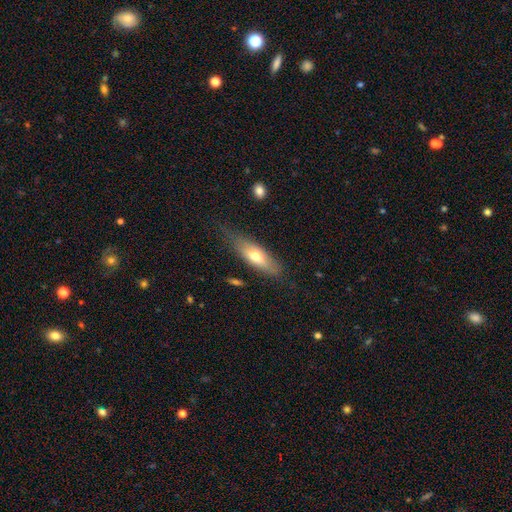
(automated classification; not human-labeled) Smooth or featured: smooth — 61% (featured or disk — 32%)
How rounded: in between — 57% (cigar-shaped — 40%)
Merging: none — 64% (minor disturbance — 25%)